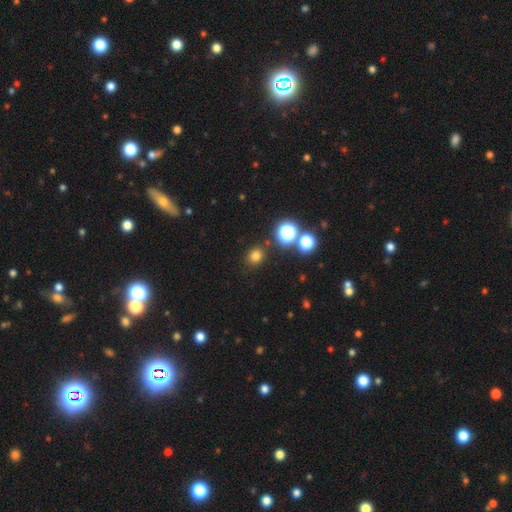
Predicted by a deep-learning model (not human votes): smooth 74%, star or artifact 20%, featured or disk 6%. Down the decision tree: how rounded — round (76%); merging — none (85%).